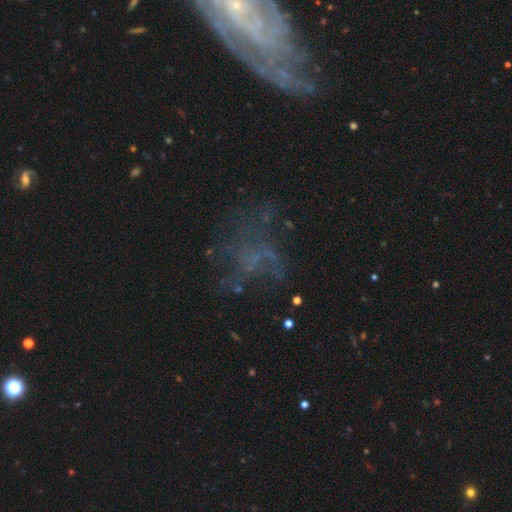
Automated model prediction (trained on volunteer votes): The model was most divided on "merging": none: 46%, major disturbance: 33%, minor disturbance: 15%, merger: 6%. More confident: edge-on disk — no (95%); smooth or featured — featured or disk (50%).